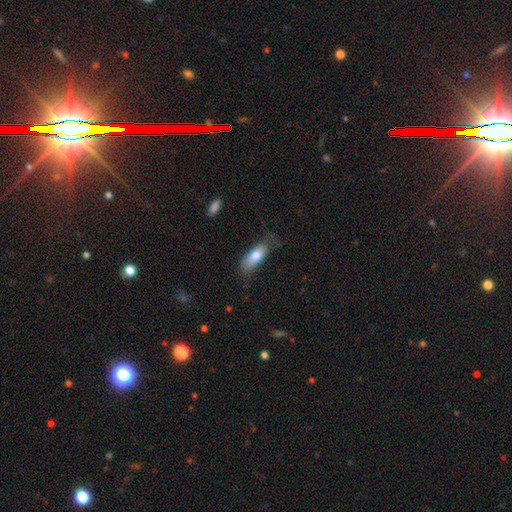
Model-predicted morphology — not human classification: Overall: smooth (77%). How rounded: in between (74%). Merging: none (57%; minor disturbance 29%).